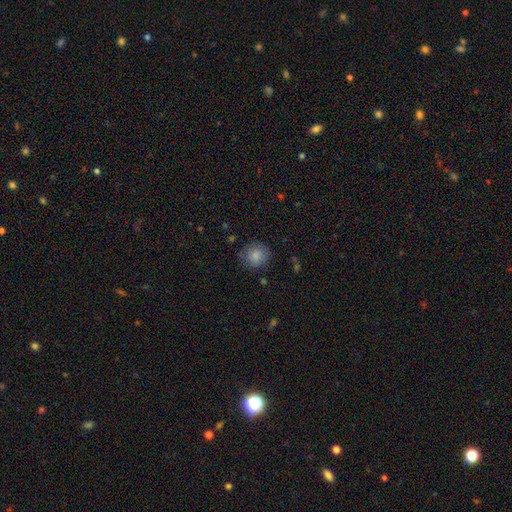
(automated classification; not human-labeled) Smooth or featured?
  - smooth: 83% *
  - star or artifact: 9%
  - featured or disk: 8%
How rounded?
  - round: 87% *
  - in between: 12%
  - cigar-shaped: 1%
Merging?
  - none: 78% *
  - minor disturbance: 16%
  - major disturbance: 5%
  - merger: 1%